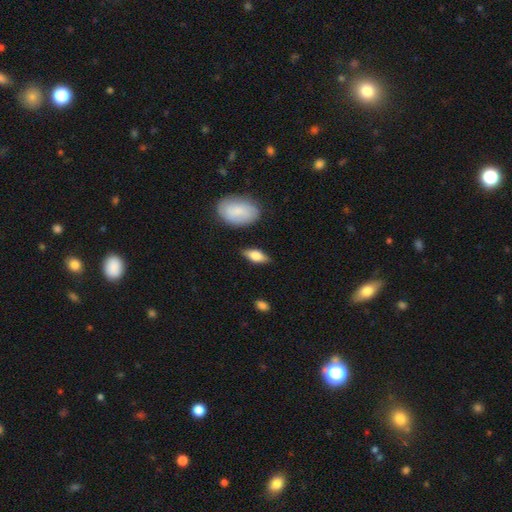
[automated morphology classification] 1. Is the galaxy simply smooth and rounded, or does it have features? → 64% smooth, 29% featured or disk, 6% star or artifact.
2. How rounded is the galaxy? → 80% in between, 16% cigar-shaped, 4% round.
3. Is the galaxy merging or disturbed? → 82% none, 13% minor disturbance, 3% major disturbance, 2% merger.